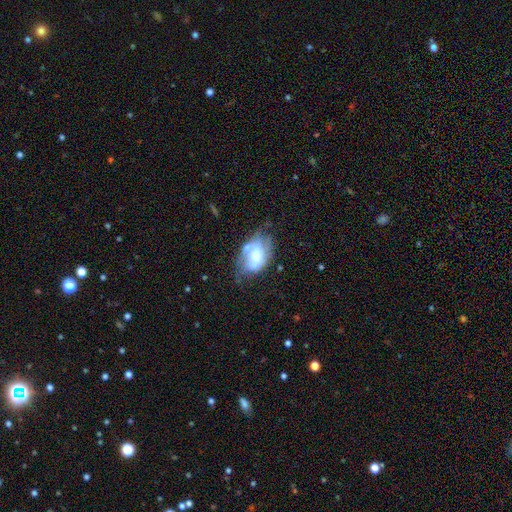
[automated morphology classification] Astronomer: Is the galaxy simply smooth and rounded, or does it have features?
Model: featured or disk — 58% (runner-up: smooth, 34%).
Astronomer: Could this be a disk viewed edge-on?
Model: no — 95%.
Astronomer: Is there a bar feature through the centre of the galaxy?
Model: no — 45% (runner-up: weak, 39%).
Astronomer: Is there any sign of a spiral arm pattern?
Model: yes — 63%.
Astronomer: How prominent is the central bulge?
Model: moderate — 49%.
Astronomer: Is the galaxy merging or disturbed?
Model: none — 37% (runner-up: minor disturbance, 30%).